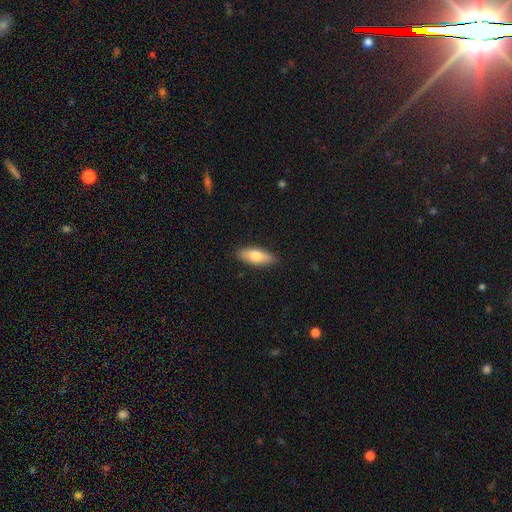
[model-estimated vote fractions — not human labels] Overall: smooth (76%). How rounded: in between (71%). Merging: none (88%).